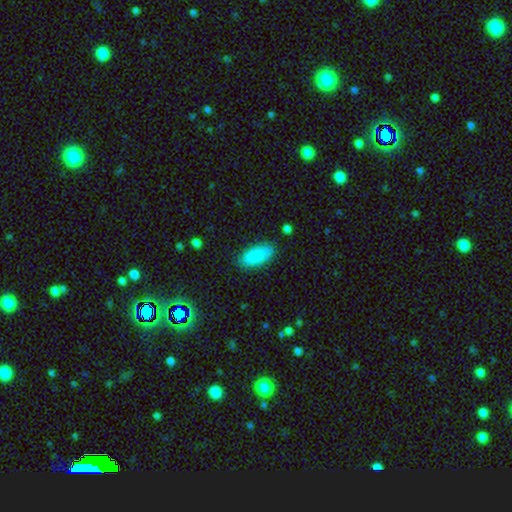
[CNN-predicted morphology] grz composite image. It shows a smooth galaxy with no disk features (89%) that is in between round and cigar-shaped (86%). Merging: none (85%).